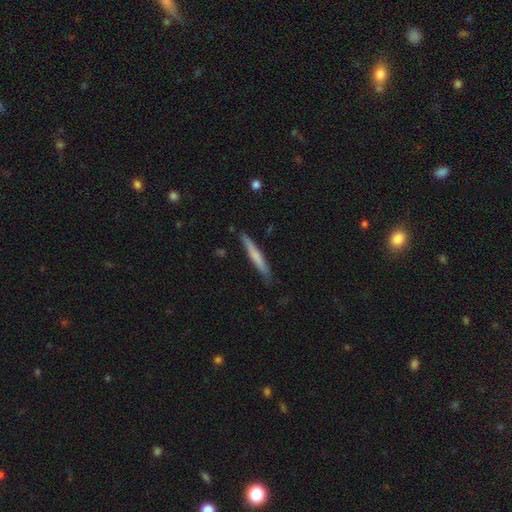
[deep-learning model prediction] Smooth or featured? smooth (62%)
How rounded? cigar-shaped (96%)
Merging? none (85%)